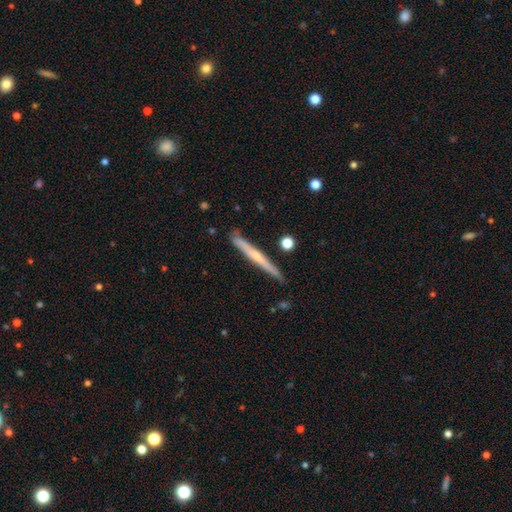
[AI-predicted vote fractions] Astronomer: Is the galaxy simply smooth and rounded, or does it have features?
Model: featured or disk — 58% (runner-up: smooth, 36%).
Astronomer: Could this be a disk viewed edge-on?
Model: yes — 97%.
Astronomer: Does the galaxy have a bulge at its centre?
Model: rounded — 53% (runner-up: none, 43%).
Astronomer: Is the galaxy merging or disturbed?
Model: none — 86%.